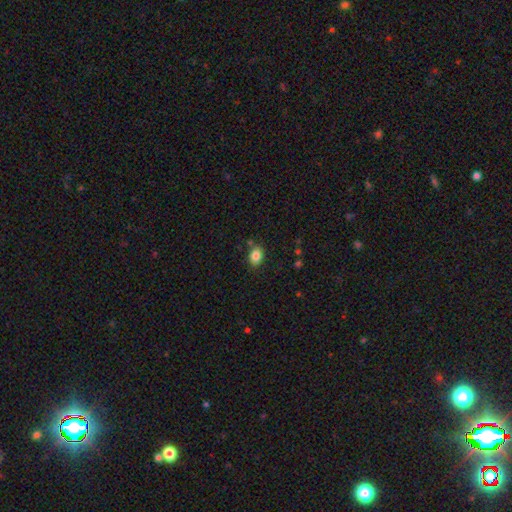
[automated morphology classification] Smooth or featured? smooth (86%)
How rounded? in between (71%)
Merging? none (81%)